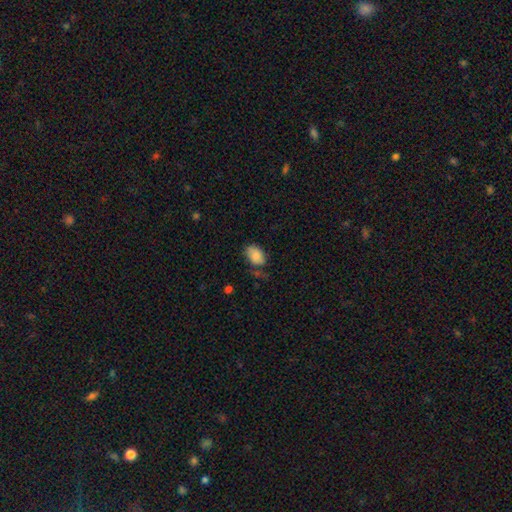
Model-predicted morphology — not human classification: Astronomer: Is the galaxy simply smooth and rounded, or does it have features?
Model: smooth — 83%.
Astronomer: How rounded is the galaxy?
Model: in between — 86%.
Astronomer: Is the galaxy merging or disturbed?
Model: none — 59%.